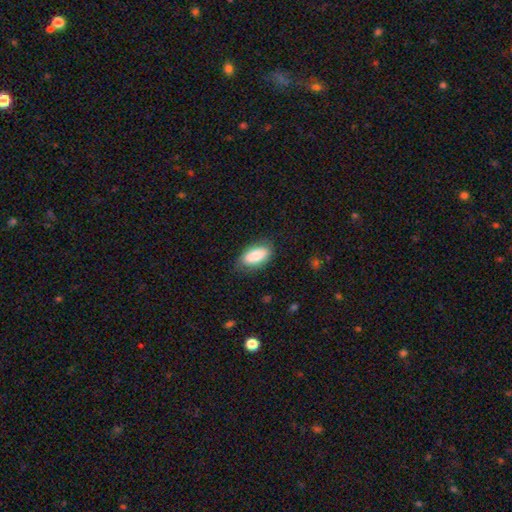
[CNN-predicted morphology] Overall: smooth (81%). How rounded: in between (92%). Merging: none (78%).